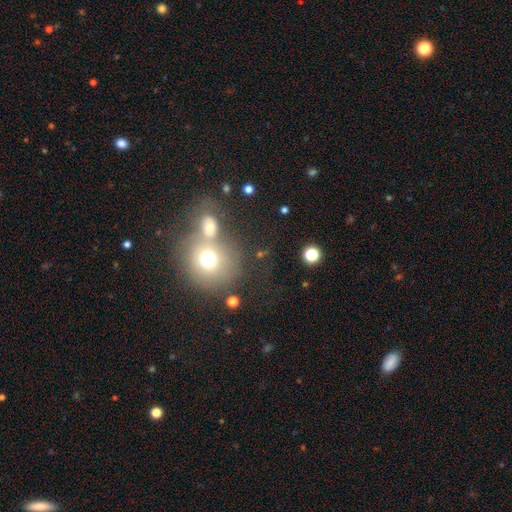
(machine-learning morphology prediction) Smooth or featured? smooth (62%)
How rounded? round (76%)
Merging? merger (59%)